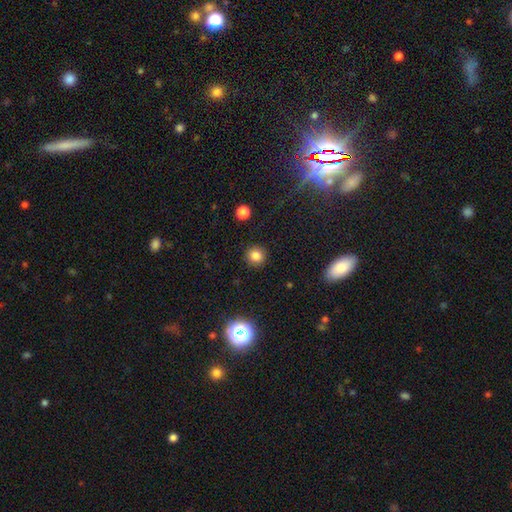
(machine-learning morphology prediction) smooth_or_featured: smooth (p=0.82) [alt: star or artifact p=0.13]
how_rounded: round (p=0.91) [alt: in between p=0.08]
merging: none (p=0.90) [alt: minor disturbance p=0.06]